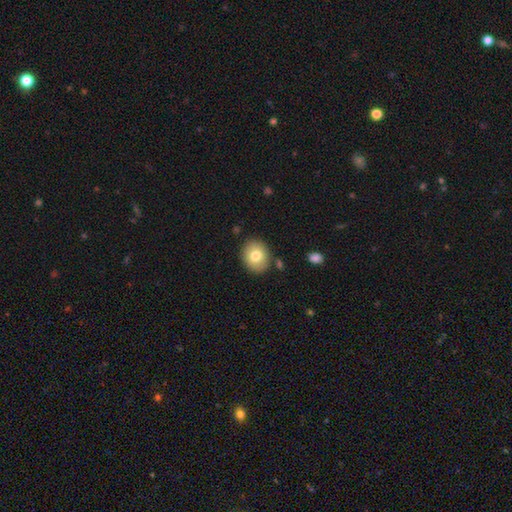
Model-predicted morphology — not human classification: smooth 78%, featured or disk 14%, star or artifact 8%. Down the decision tree: how rounded — round (64%); merging — none (86%).